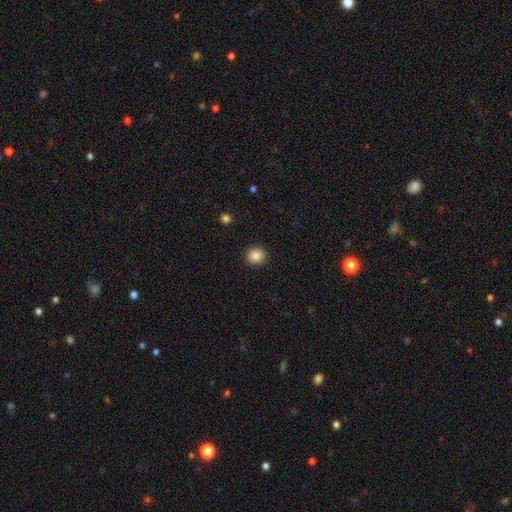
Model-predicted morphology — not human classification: A smooth galaxy with no disk features (87%) that is round (81%).

Vote fractions:
- Smooth or featured? smooth: 87% / star or artifact: 10% / featured or disk: 3%
- How rounded? round: 81% / in between: 18% / cigar-shaped: 1%
- Merging? none: 90% / minor disturbance: 7% / major disturbance: 2% / merger: 1%